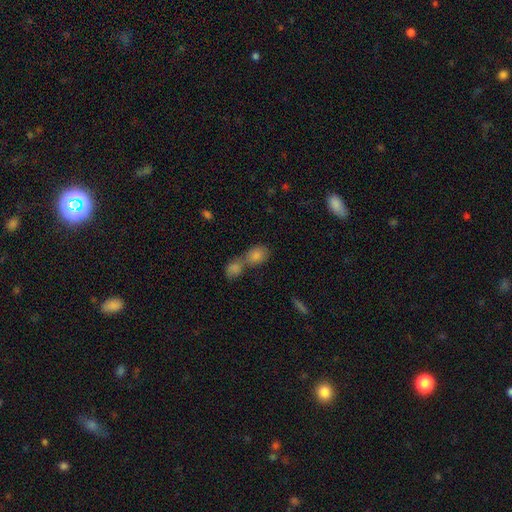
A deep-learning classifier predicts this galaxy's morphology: smooth-or-featured: smooth: 77% | star or artifact: 13% | featured or disk: 10%
  how-rounded: in between: 60% | round: 37% | cigar-shaped: 4%
  merging: merger: 58% | none: 31% | minor disturbance: 7% | major disturbance: 3%